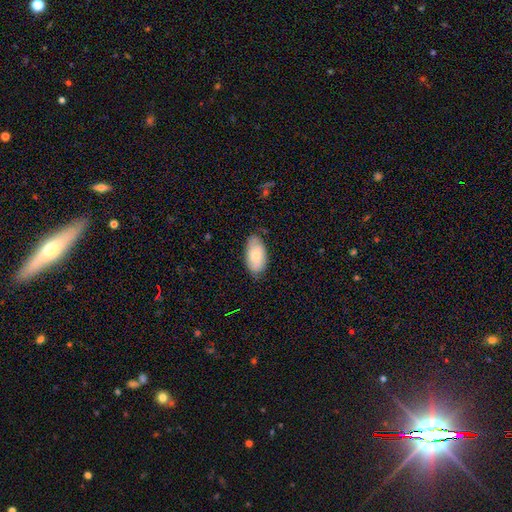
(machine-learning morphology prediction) Smooth or featured?
  - smooth: 73% *
  - featured or disk: 21%
  - star or artifact: 6%
How rounded?
  - in between: 95% *
  - round: 3%
  - cigar-shaped: 3%
Merging?
  - none: 75% *
  - minor disturbance: 20%
  - major disturbance: 3%
  - merger: 1%